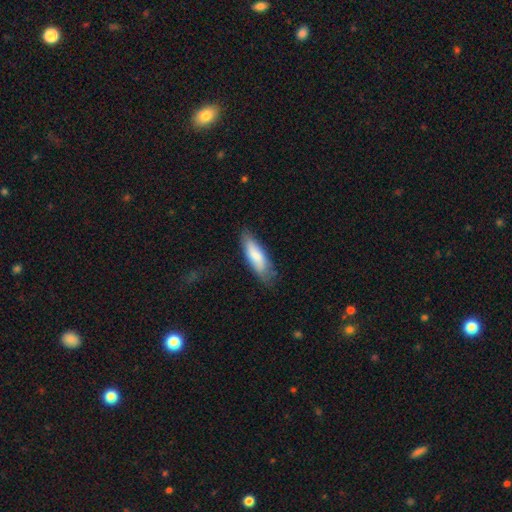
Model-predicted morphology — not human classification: Overall: smooth (77%). How rounded: in between (53%; cigar-shaped 45%). Merging: none (72%).